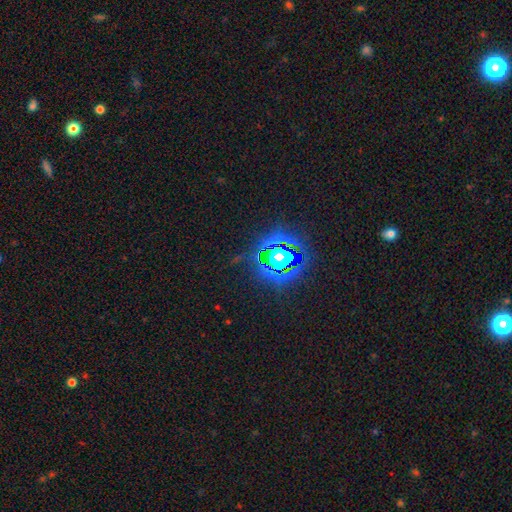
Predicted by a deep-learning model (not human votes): Q: Smooth or featured?
A: star or artifact (81%); runner-up: smooth (11%)